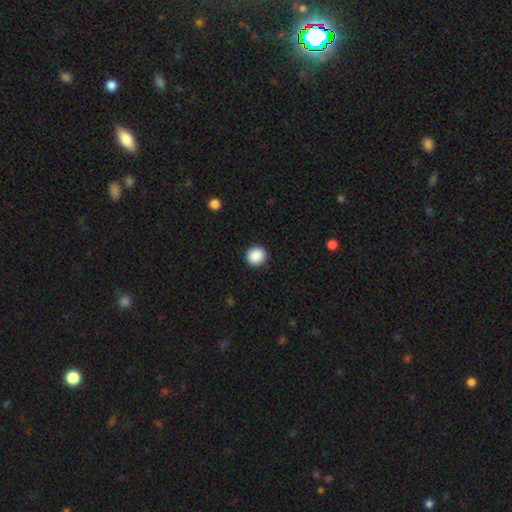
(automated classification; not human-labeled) Smooth or featured? smooth (89%)
How rounded? round (91%)
Merging? none (91%)